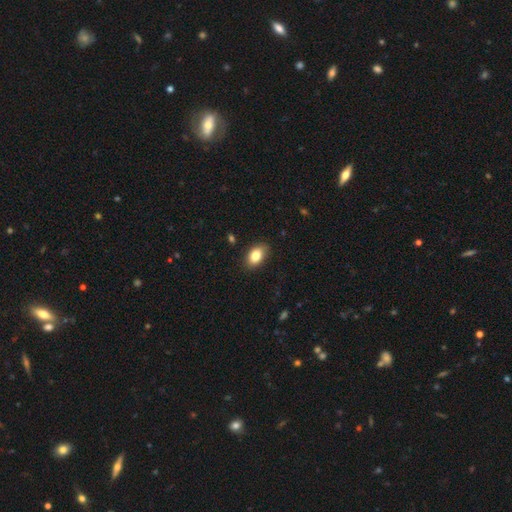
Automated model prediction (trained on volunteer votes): smooth_or_featured: smooth (p=0.84) [alt: featured or disk p=0.09]
how_rounded: in between (p=0.88) [alt: round p=0.10]
merging: none (p=0.86) [alt: minor disturbance p=0.10]